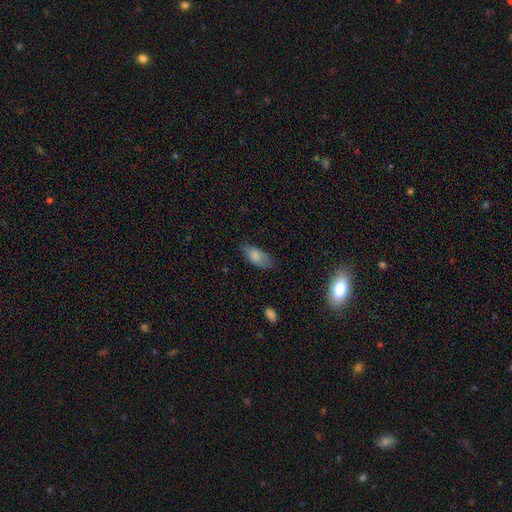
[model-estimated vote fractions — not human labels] Smooth or featured? Predicted: smooth (p=0.80). How rounded? Predicted: in between (p=0.87). Merging? Predicted: none (p=0.69).